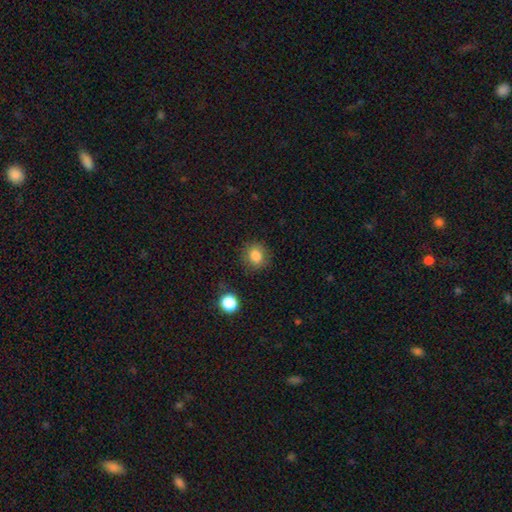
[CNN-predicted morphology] Smooth or featured? smooth (83%)
How rounded? round (78%)
Merging? none (85%)